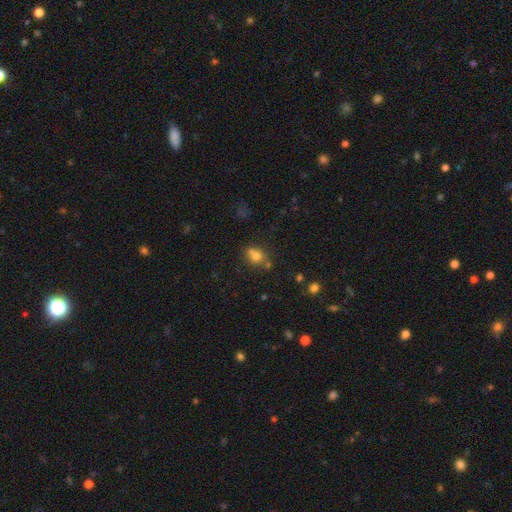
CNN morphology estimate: This is likely a smooth galaxy (73%). How rounded: likely round (63%). Merging: possibly none (50%).